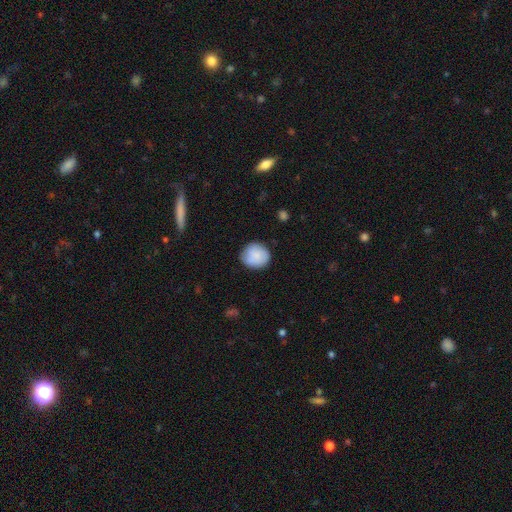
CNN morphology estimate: This is clearly a smooth galaxy (85%). How rounded: clearly round (86%). Merging: clearly none (83%).